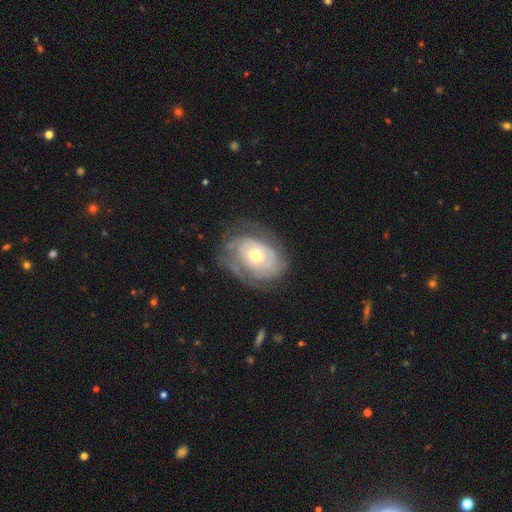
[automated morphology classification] Smooth or featured? Predicted: featured or disk (p=0.78). Edge-on disk? Predicted: no (p=0.96). Bar? Predicted: no (p=0.81). Spiral arms? Predicted: yes (p=0.84). Spiral winding? Predicted: tight (p=0.71). Spiral arm count? Predicted: can't tell (p=0.46). Bulge size? Predicted: moderate (p=0.59). Merging? Predicted: none (p=0.67).